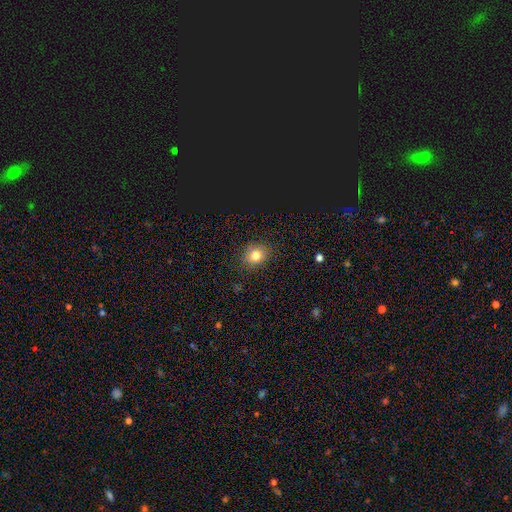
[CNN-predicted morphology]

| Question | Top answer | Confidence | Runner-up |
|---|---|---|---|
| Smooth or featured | smooth | 79% | star or artifact (13%) |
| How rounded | round | 66% | in between (33%) |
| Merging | none | 85% | minor disturbance (11%) |